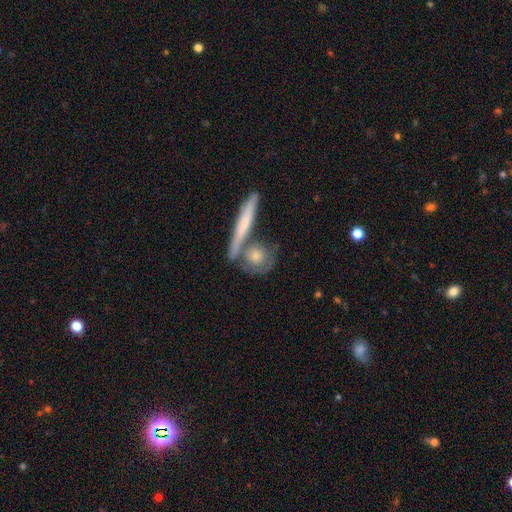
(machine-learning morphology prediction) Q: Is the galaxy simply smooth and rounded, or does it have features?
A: smooth — 59%.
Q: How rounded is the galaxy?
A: round — 58%.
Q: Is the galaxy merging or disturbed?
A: none — 55%.